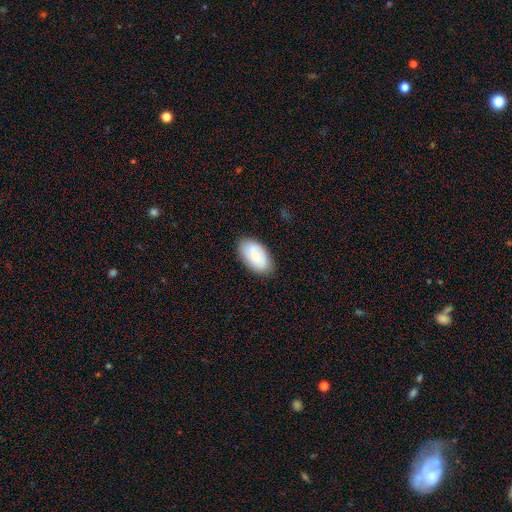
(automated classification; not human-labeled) Overall: smooth (73%). How rounded: in between (95%). Merging: none (83%).